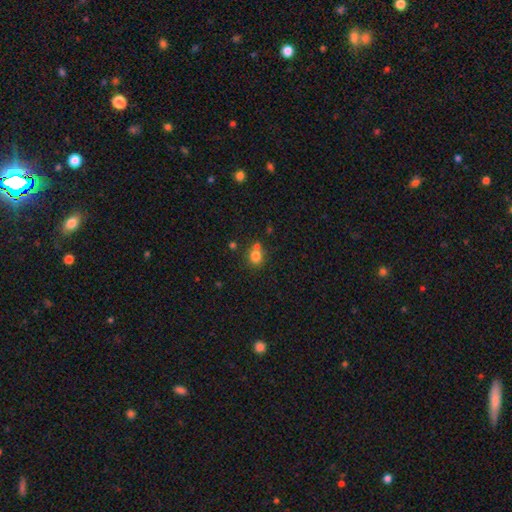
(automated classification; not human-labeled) smooth 79%, star or artifact 13%, featured or disk 8%. Down the decision tree: how rounded — round (78%); merging — none (60%).